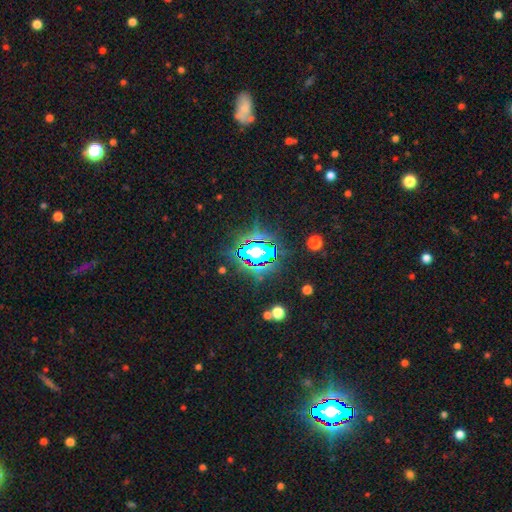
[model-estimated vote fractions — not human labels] Smooth or featured? Predicted: star or artifact (p=0.68).